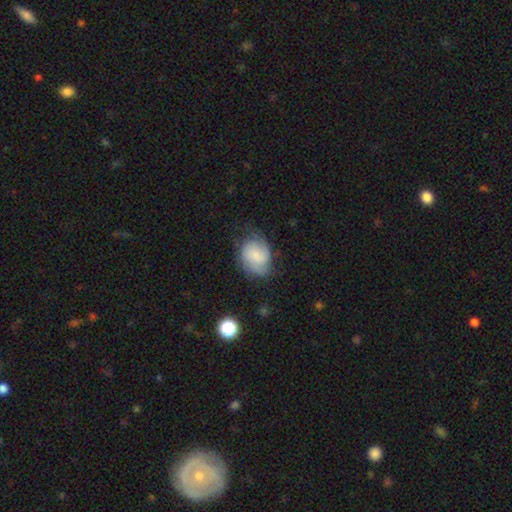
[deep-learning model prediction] Q: Smooth or featured?
A: smooth (48%); runner-up: featured or disk (44%)
Q: Merging?
A: none (54%); runner-up: minor disturbance (30%)